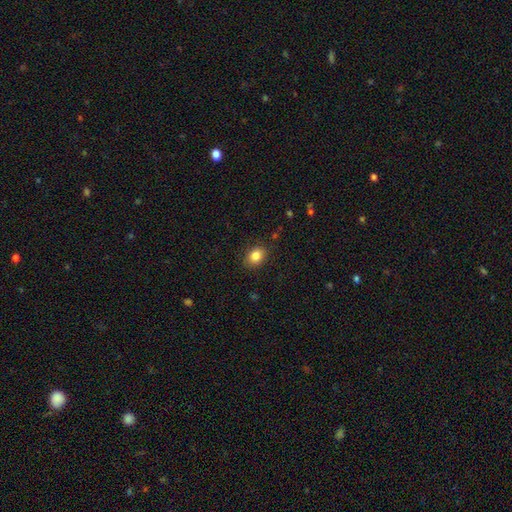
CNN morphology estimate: A smooth galaxy with no disk features (84%) that is in between round and cigar-shaped (60%).

Vote fractions:
- Smooth or featured? smooth: 84% / star or artifact: 9% / featured or disk: 6%
- How rounded? in between: 60% / round: 39% / cigar-shaped: 1%
- Merging? none: 86% / minor disturbance: 10% / major disturbance: 3% / merger: 1%